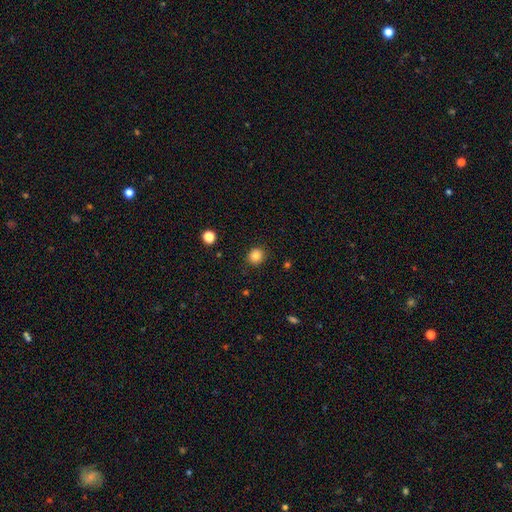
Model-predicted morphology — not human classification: type=smooth (84%); roundness=round (86%); merging=none (89%).